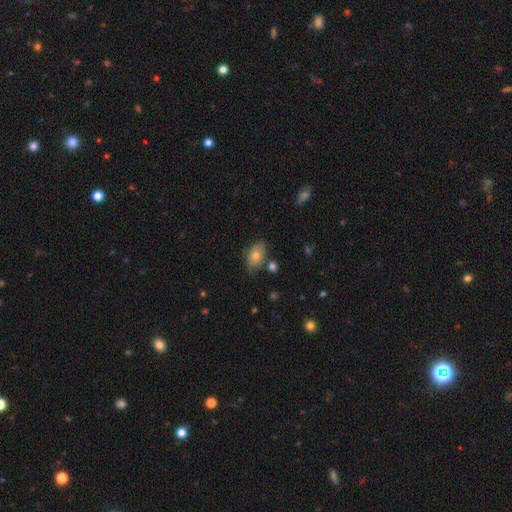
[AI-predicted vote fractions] A smooth galaxy with no disk features (74%) that is in between round and cigar-shaped (87%).

Vote fractions:
- Smooth or featured? smooth: 74% / featured or disk: 17% / star or artifact: 10%
- How rounded? in between: 87% / round: 11% / cigar-shaped: 2%
- Merging? none: 73% / minor disturbance: 18% / merger: 5% / major disturbance: 4%